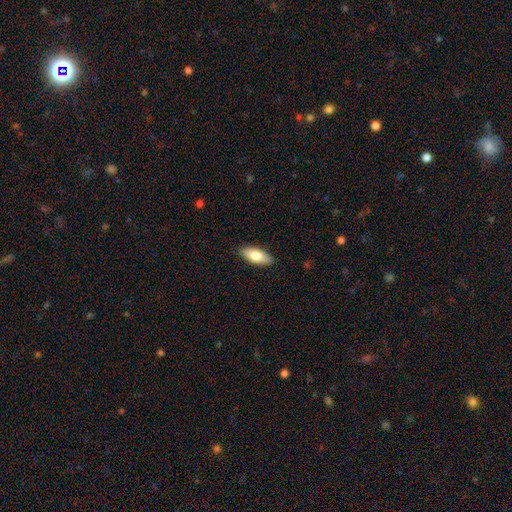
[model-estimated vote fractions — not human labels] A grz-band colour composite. It shows a smooth galaxy with no disk features (79%) that is in between round and cigar-shaped (79%). Merging: none (88%).